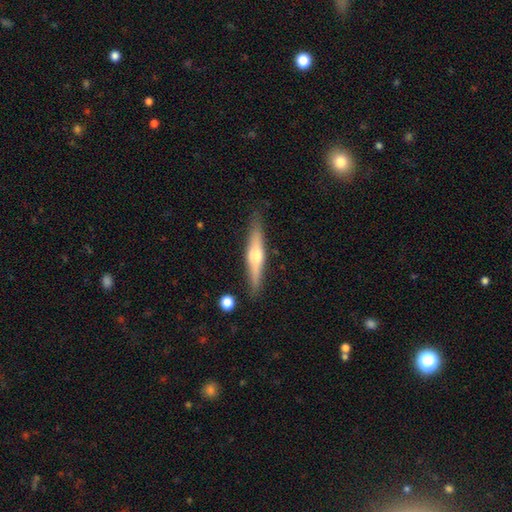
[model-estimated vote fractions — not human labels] This appears to be a featured or disk galaxy (59%) viewed edge-on (96%) with a rounded central bulge (89%). Merging: none (86%).